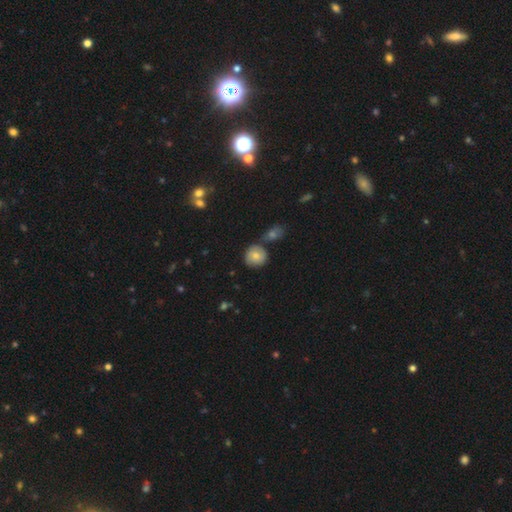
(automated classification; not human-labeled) A smooth galaxy with no disk features (75%) that is round (87%).

Vote fractions:
- Smooth or featured? smooth: 75% / featured or disk: 16% / star or artifact: 8%
- How rounded? round: 87% / in between: 12% / cigar-shaped: 1%
- Merging? none: 67% / merger: 16% / minor disturbance: 14% / major disturbance: 3%